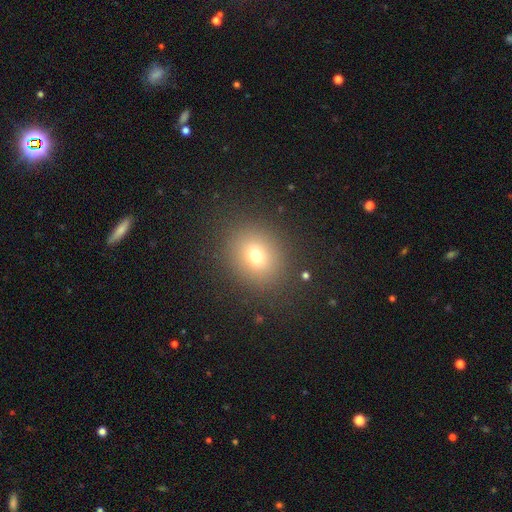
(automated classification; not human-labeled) Overall: smooth (71%). How rounded: round (65%; in between 34%). Merging: none (87%).